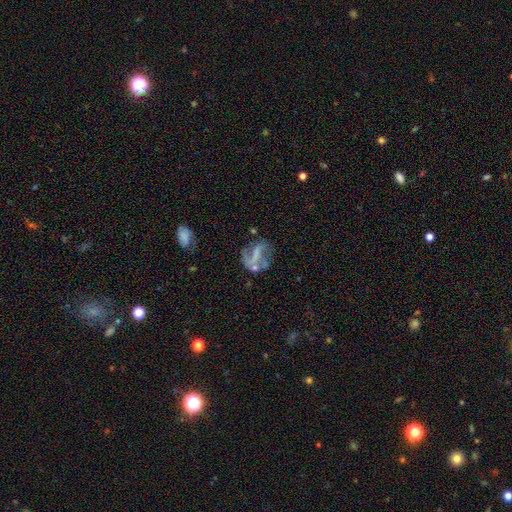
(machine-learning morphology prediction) Q: Smooth or featured?
A: featured or disk (67%); runner-up: smooth (21%)
Q: Edge-on disk?
A: no (96%); runner-up: yes (4%)
Q: Bar?
A: strong (37%); runner-up: weak (32%)
Q: Spiral arms?
A: yes (65%); runner-up: no (35%)
Q: Bulge size?
A: none (62%); runner-up: small (20%)
Q: Merging?
A: none (41%); runner-up: major disturbance (28%)